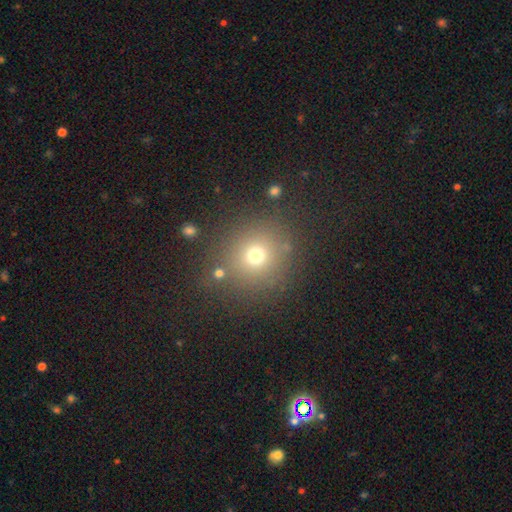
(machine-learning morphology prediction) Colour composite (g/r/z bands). It shows a smooth galaxy with no disk features (70%) that is round (89%). Merging: none (82%).